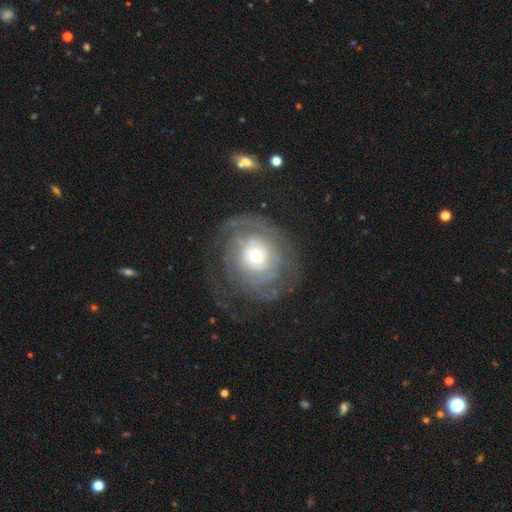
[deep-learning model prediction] Overall: featured or disk (77%). Edge-on disk: no (97%). Bar: no (82%). Spiral arms: yes (82%). Spiral arm count: can't tell (46%; 2 22%). Spiral winding: tight (71%). Bulge size: moderate (58%; small 28%). Merging: none (65%).